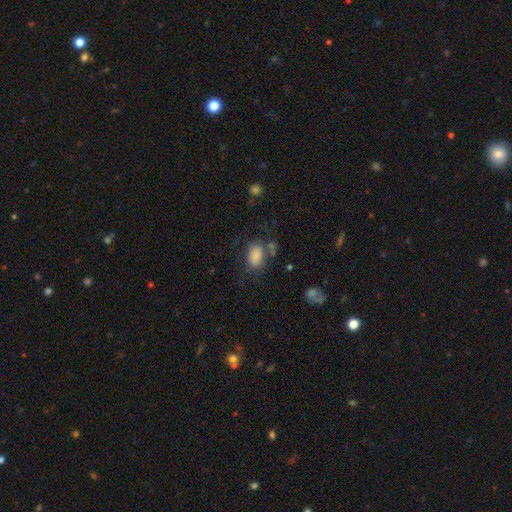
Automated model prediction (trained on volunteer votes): A smooth galaxy with no disk features (80%) that is in between round and cigar-shaped (84%).

Vote fractions:
- Smooth or featured? smooth: 80% / featured or disk: 10% / star or artifact: 9%
- How rounded? in between: 84% / round: 14% / cigar-shaped: 1%
- Merging? none: 52% / minor disturbance: 22% / major disturbance: 16% / merger: 11%